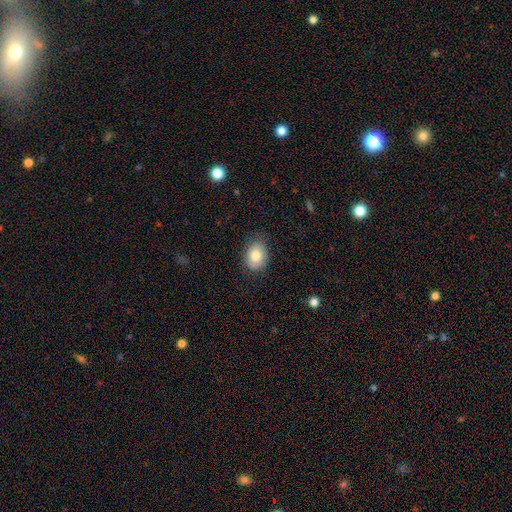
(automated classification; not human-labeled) A smooth galaxy with no disk features (81%) that is in between round and cigar-shaped (71%).

Vote fractions:
- Smooth or featured? smooth: 81% / featured or disk: 11% / star or artifact: 8%
- How rounded? in between: 71% / round: 28% / cigar-shaped: 1%
- Merging? none: 79% / minor disturbance: 17% / major disturbance: 3% / merger: 1%